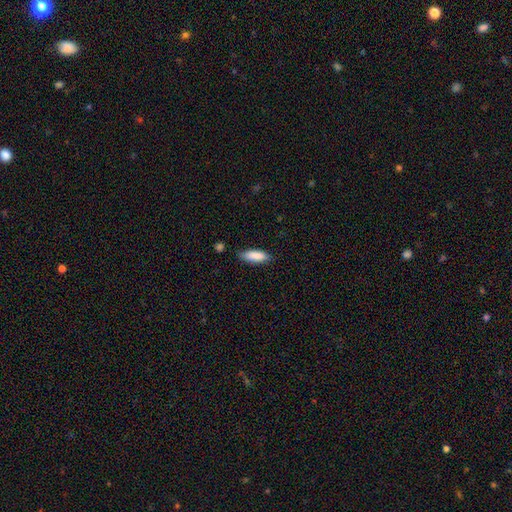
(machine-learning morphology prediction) Smooth or featured: smooth — 86% (featured or disk — 7%)
How rounded: in between — 60% (cigar-shaped — 39%)
Merging: none — 79% (minor disturbance — 16%)